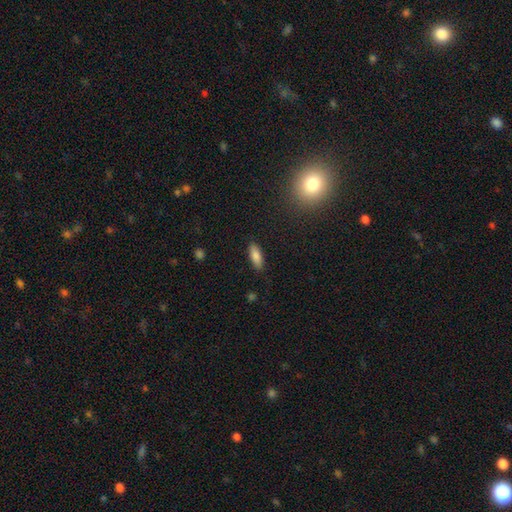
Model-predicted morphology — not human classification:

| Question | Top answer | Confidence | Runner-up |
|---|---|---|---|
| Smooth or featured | smooth | 84% | featured or disk (9%) |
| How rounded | in between | 72% | cigar-shaped (26%) |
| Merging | none | 87% | minor disturbance (10%) |